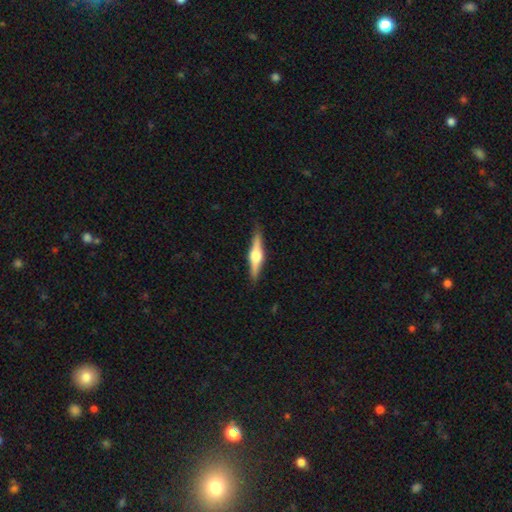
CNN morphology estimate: This is likely a featured or disk galaxy (72%). It is clearly viewed edge-on (98%). Edge-on bulge: clearly rounded (93%). Merging: clearly none (89%).